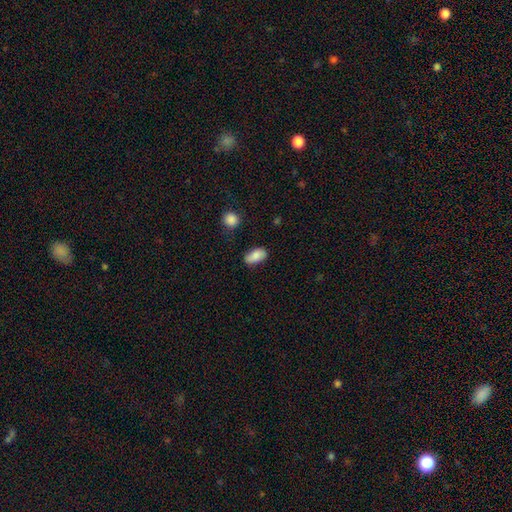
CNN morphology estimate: Smooth or featured?
  - smooth: 84% *
  - featured or disk: 9%
  - star or artifact: 7%
How rounded?
  - in between: 92% *
  - round: 4%
  - cigar-shaped: 4%
Merging?
  - none: 76% *
  - minor disturbance: 17%
  - major disturbance: 4%
  - merger: 3%